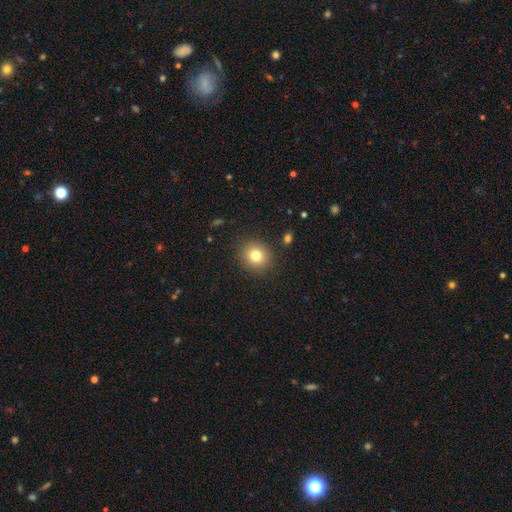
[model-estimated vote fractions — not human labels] Smooth or featured? smooth (79%)
How rounded? round (84%)
Merging? none (89%)